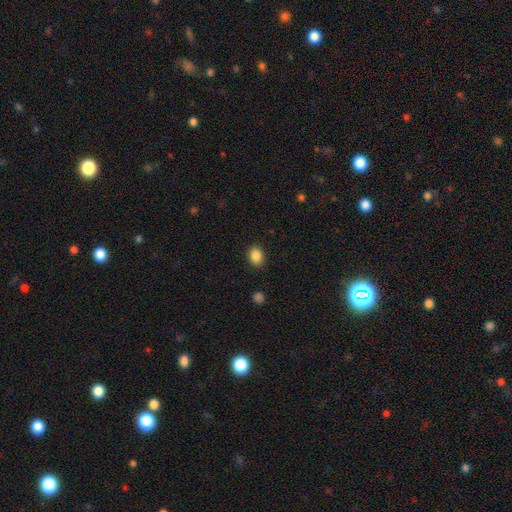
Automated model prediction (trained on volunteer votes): Q: Smooth or featured?
A: smooth (88%); runner-up: star or artifact (9%)
Q: How rounded?
A: in between (69%); runner-up: round (30%)
Q: Merging?
A: none (86%); runner-up: minor disturbance (10%)